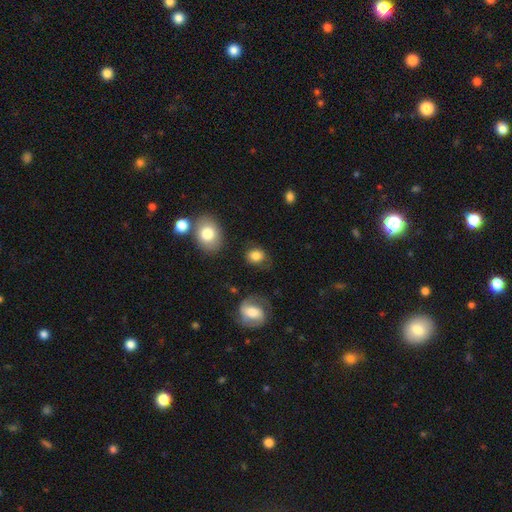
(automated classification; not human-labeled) This appears to be a smooth galaxy with no disk features (81%) that is round (58%). Merging: none (70%).